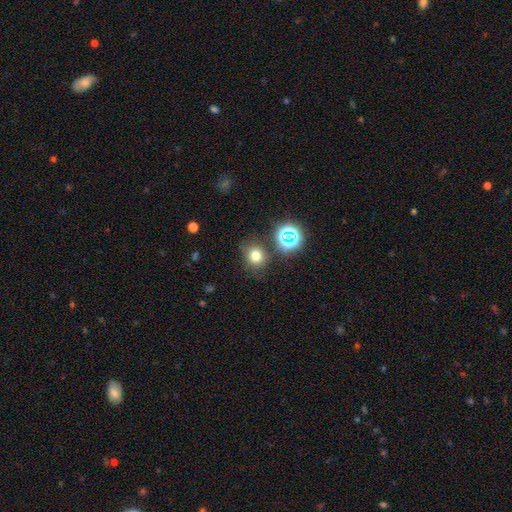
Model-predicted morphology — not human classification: type=smooth (72%); roundness=round (72%); merging=none (77%).